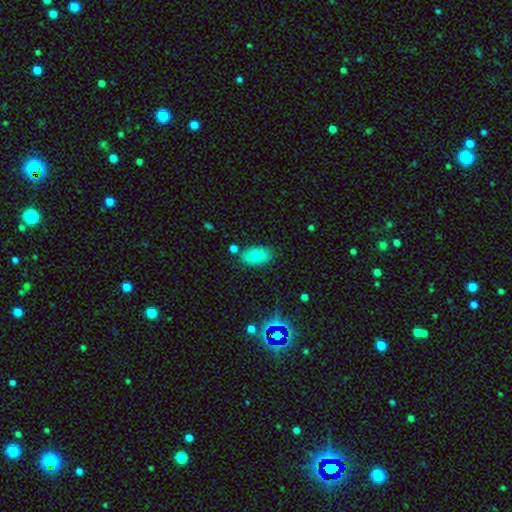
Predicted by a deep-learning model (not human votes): Smooth or featured? smooth (76%)
How rounded? in between (92%)
Merging? none (80%)